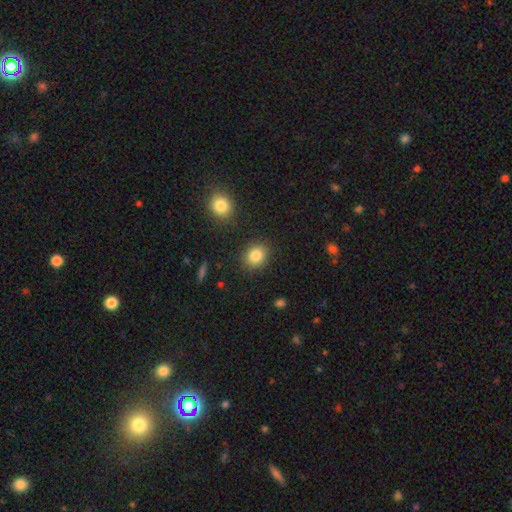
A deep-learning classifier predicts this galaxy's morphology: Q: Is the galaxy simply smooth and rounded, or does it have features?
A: smooth — 85%.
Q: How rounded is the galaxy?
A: round — 62%.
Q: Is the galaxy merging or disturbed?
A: none — 88%.